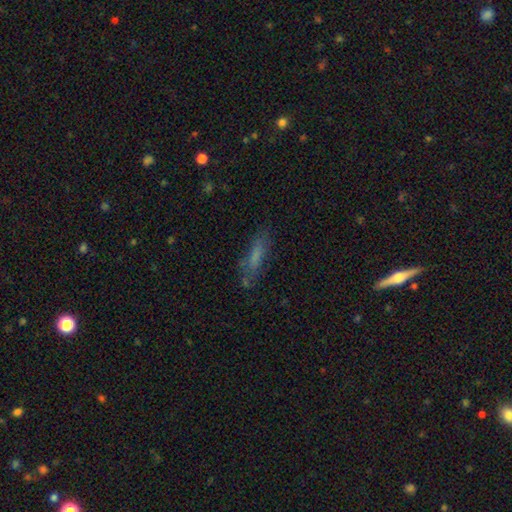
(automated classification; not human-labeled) smooth_or_featured: smooth (p=0.64) [alt: featured or disk p=0.24]
how_rounded: cigar-shaped (p=0.67) [alt: in between p=0.31]
merging: none (p=0.70) [alt: minor disturbance p=0.18]